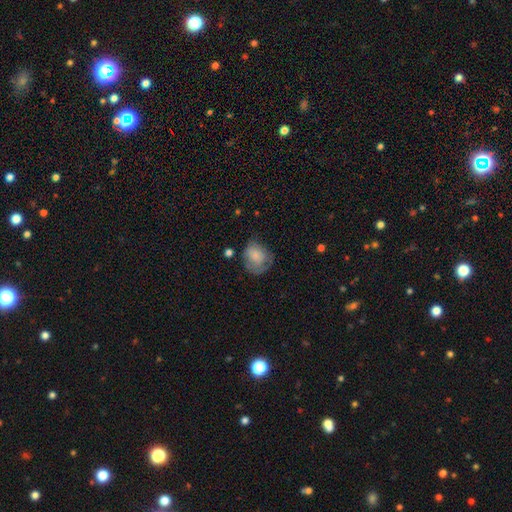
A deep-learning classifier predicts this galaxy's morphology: Overall: smooth (74%). How rounded: round (54%; in between 45%). Merging: none (43%; minor disturbance 32%).